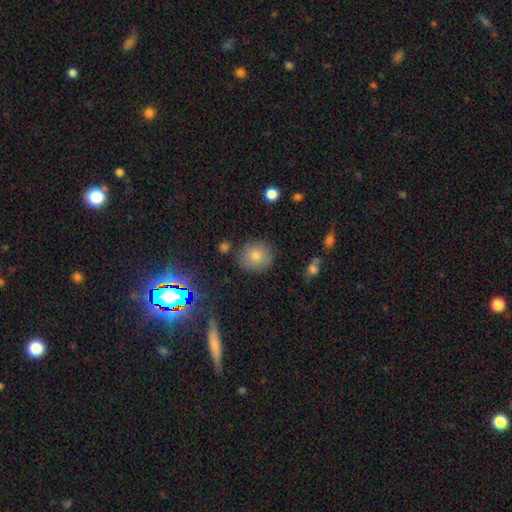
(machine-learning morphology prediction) Smooth or featured? Predicted: smooth (p=0.69). How rounded? Predicted: round (p=0.88). Merging? Predicted: none (p=0.84).